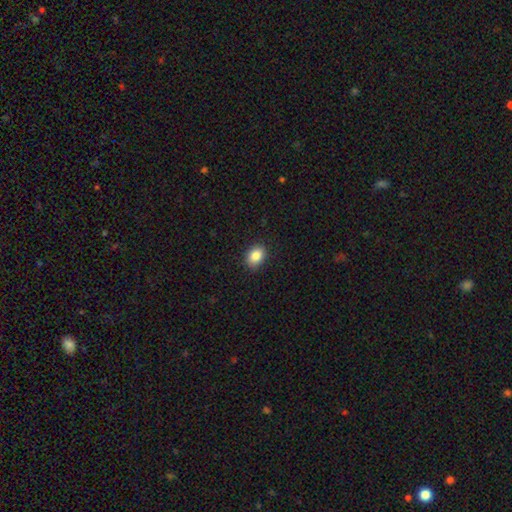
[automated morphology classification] This appears to be a smooth galaxy with no disk features (86%) that is in between round and cigar-shaped (70%). Merging: none (87%).